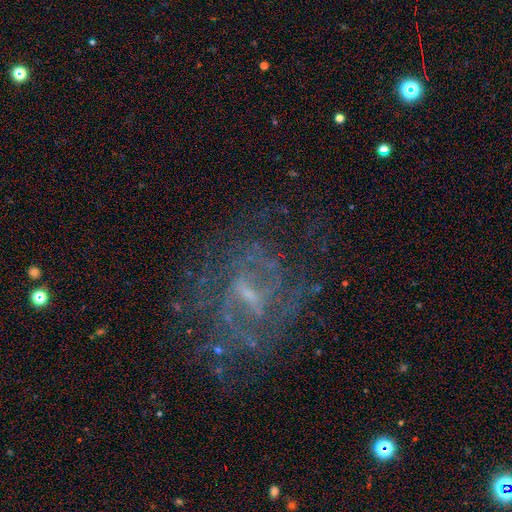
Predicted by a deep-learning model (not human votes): Smooth or featured? Predicted: featured or disk (p=0.79). Edge-on disk? Predicted: no (p=0.96). Bar? Predicted: weak (p=0.55). Spiral arms? Predicted: yes (p=0.79). Spiral winding? Predicted: medium (p=0.42). Spiral arm count? Predicted: can't tell (p=0.44). Bulge size? Predicted: small (p=0.61). Merging? Predicted: none (p=0.65).